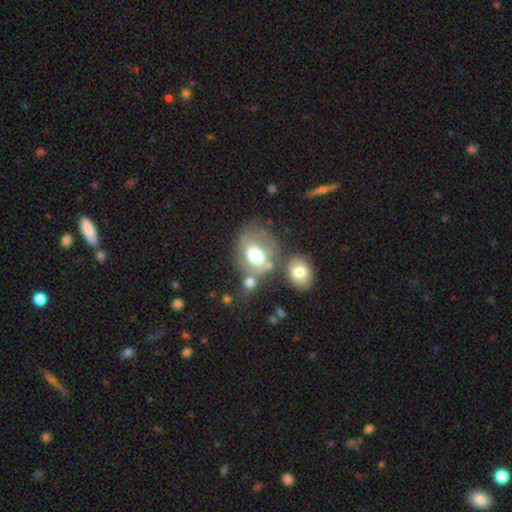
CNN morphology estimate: The model was most divided on "how rounded": round: 50%, in between: 49%, cigar-shaped: 1%. Remaining: smooth or featured — smooth (58%); merging — none (39%).